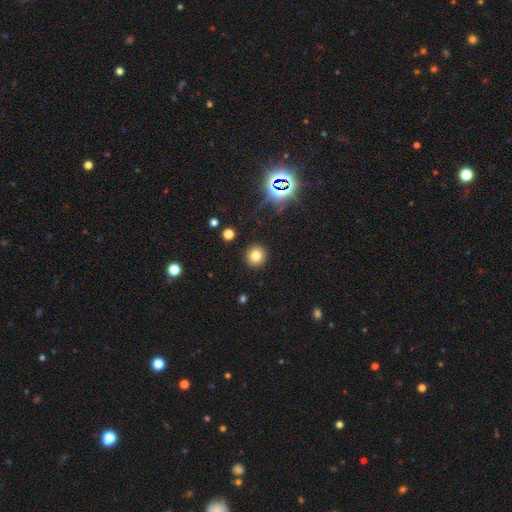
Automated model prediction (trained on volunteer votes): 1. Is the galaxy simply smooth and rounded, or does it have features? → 77% smooth, 16% star or artifact, 7% featured or disk.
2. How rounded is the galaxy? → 93% round, 6% in between, 1% cigar-shaped.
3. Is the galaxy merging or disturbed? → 92% none, 5% minor disturbance, 2% major disturbance, 1% merger.